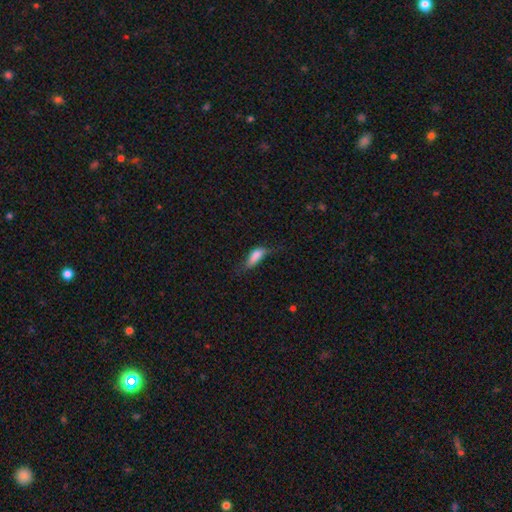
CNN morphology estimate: The model was most divided on "merging": minor disturbance: 35%, none: 34%, major disturbance: 28%, merger: 3%. More confident: smooth or featured — smooth (76%); how rounded — in between (69%).